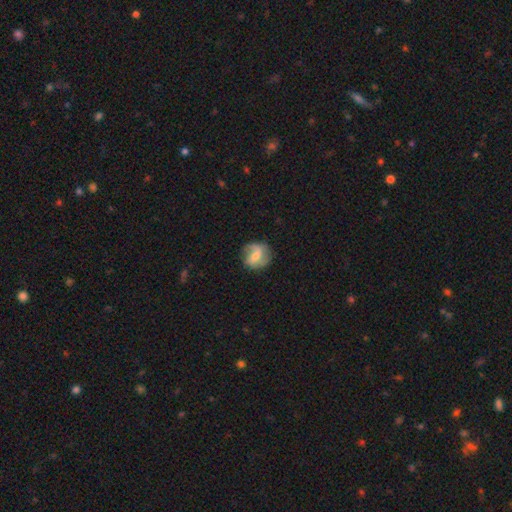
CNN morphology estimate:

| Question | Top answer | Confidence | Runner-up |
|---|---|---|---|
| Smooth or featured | featured or disk | 62% | smooth (31%) |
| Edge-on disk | no | 97% | yes (3%) |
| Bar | weak | 50% | strong (26%) |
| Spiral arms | yes | 88% | no (12%) |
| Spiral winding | medium | 41% | loose (40%) |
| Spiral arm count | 2 | 77% | 1 (10%) |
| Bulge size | moderate | 44% | small (38%) |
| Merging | none | 74% | minor disturbance (17%) |